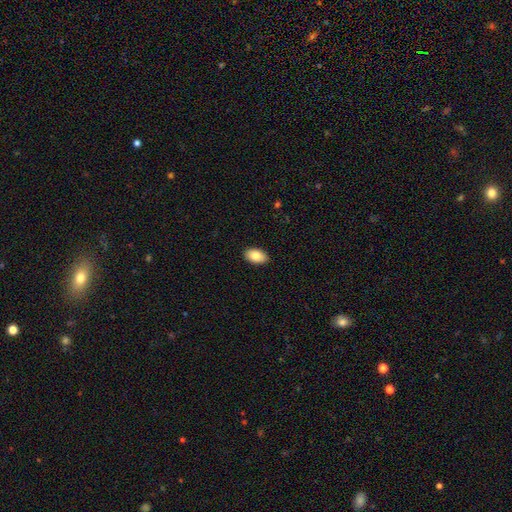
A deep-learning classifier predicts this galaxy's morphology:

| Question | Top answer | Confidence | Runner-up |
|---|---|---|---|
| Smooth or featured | smooth | 86% | featured or disk (7%) |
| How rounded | in between | 93% | round (6%) |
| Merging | none | 90% | minor disturbance (8%) |